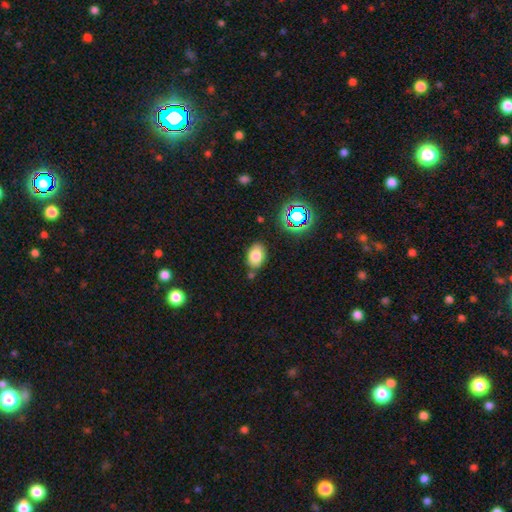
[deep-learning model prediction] Overall: smooth (77%). How rounded: in between (85%). Merging: none (75%).